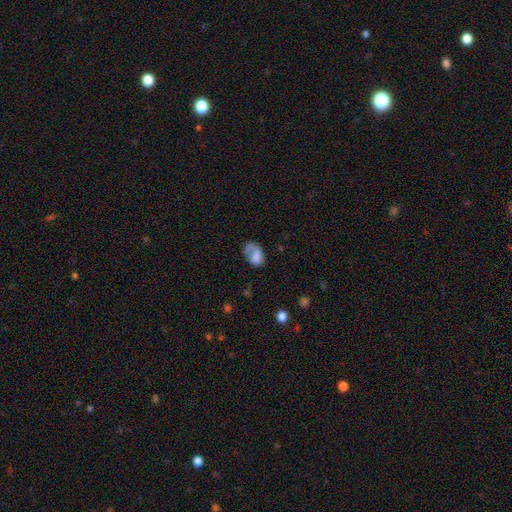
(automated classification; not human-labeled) This appears to be a smooth galaxy with no disk features (65%) that is in between round and cigar-shaped (83%). Merging: none (39%).